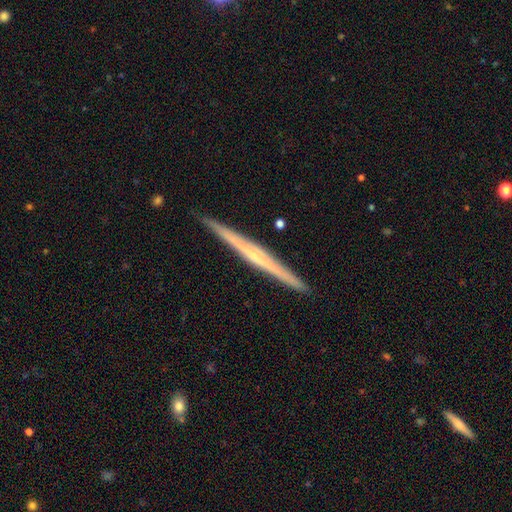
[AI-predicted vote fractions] Smooth or featured? featured or disk (70%)
Edge-on disk? yes (98%)
Edge-on bulge? none (60%)
Merging? none (92%)